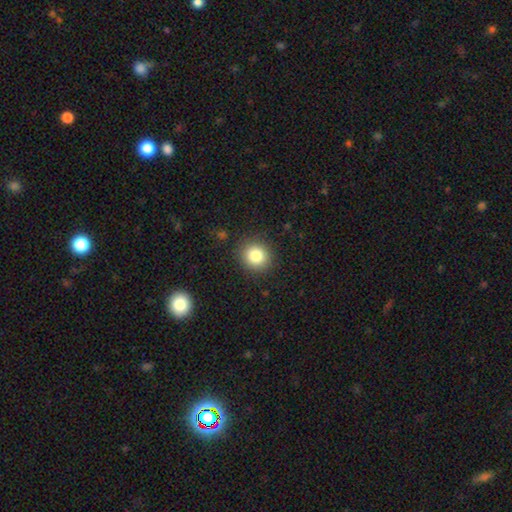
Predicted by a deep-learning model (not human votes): The model was most divided on "smooth or featured": smooth: 82%, star or artifact: 11%, featured or disk: 7%. More confident: merging — none (89%); how rounded — round (88%).